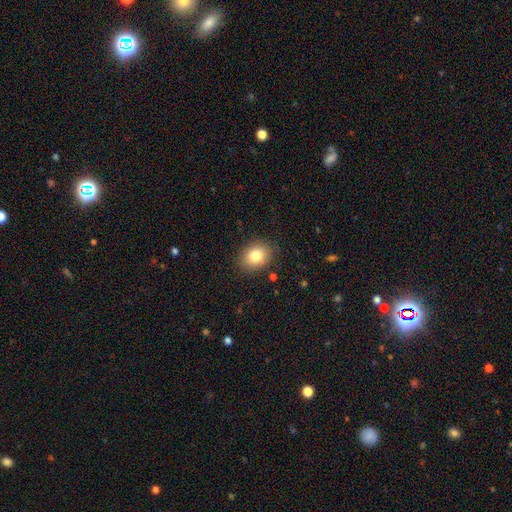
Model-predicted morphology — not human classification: A smooth galaxy with no disk features (81%) that is in between round and cigar-shaped (53%). Merging: none (86%).